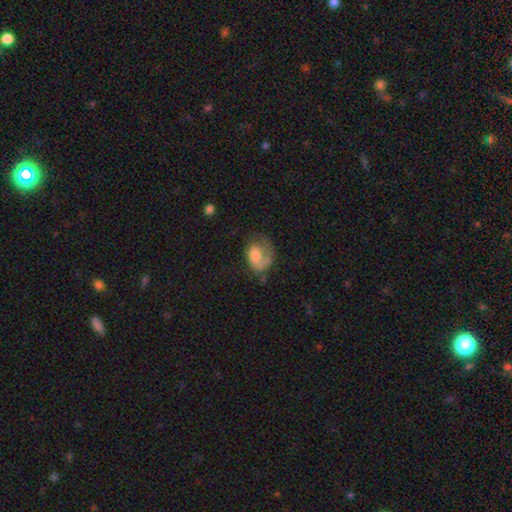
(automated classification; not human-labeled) Smooth or featured?
  - smooth: 57% *
  - featured or disk: 36%
  - star or artifact: 8%
How rounded?
  - in between: 66% *
  - round: 33%
  - cigar-shaped: 1%
Merging?
  - major disturbance: 36% *
  - none: 35%
  - minor disturbance: 25%
  - merger: 4%